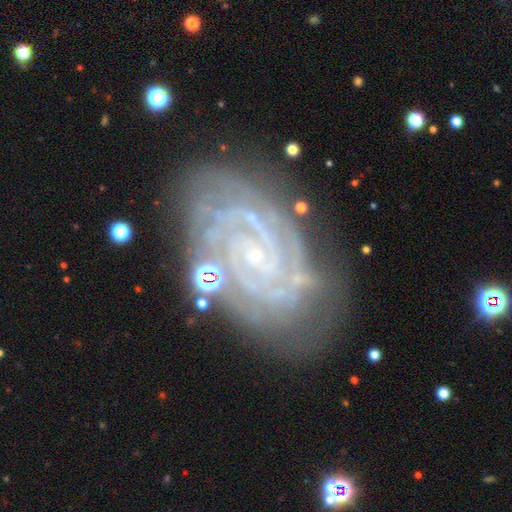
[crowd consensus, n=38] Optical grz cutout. It shows a featured or disk galaxy (95%) with a weak bar (42%, tied with no), 2 (78%) tight (86%) spiral arms (100%) and a small central bulge (92%). Merging: none (86%).